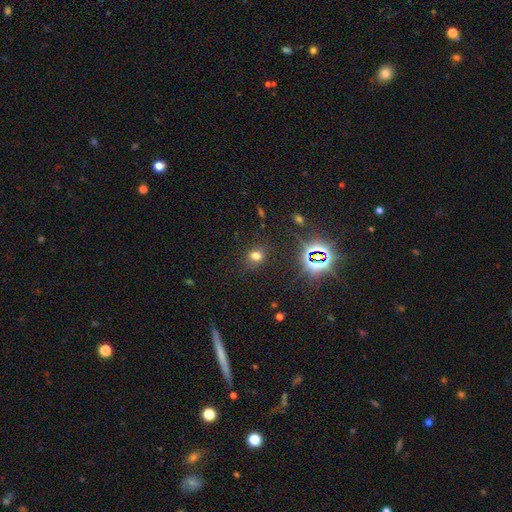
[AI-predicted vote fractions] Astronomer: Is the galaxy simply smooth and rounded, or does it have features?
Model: smooth — 64%.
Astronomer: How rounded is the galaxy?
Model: round — 64%.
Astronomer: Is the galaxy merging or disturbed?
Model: none — 82%.